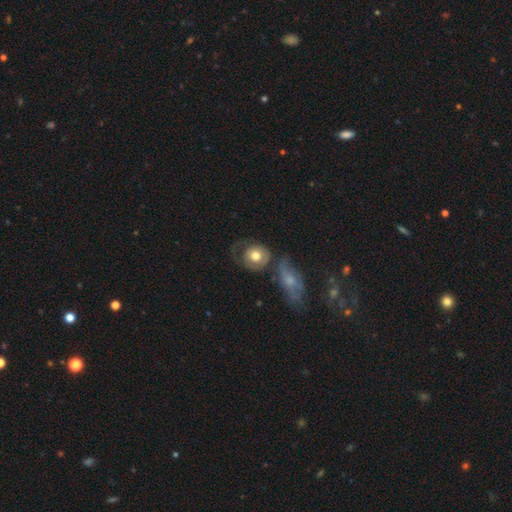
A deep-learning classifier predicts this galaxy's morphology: Q: Smooth or featured?
A: smooth (62%); runner-up: featured or disk (32%)
Q: How rounded?
A: round (71%); runner-up: in between (28%)
Q: Merging?
A: none (41%); runner-up: minor disturbance (22%)